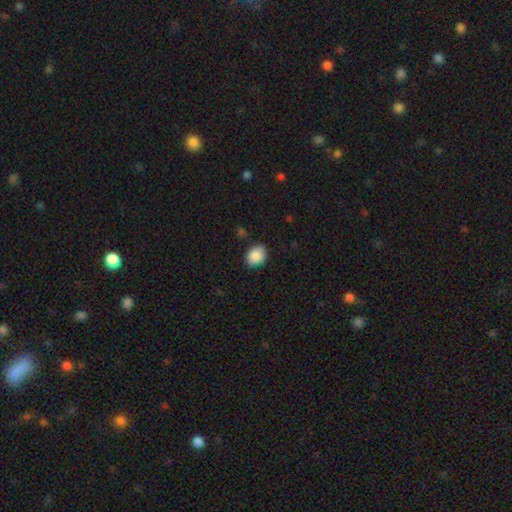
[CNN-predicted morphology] Smooth or featured?
  - smooth: 88% *
  - star or artifact: 8%
  - featured or disk: 4%
How rounded?
  - in between: 50% *
  - round: 49%
  - cigar-shaped: 1%
Merging?
  - none: 82% *
  - minor disturbance: 13%
  - major disturbance: 3%
  - merger: 2%